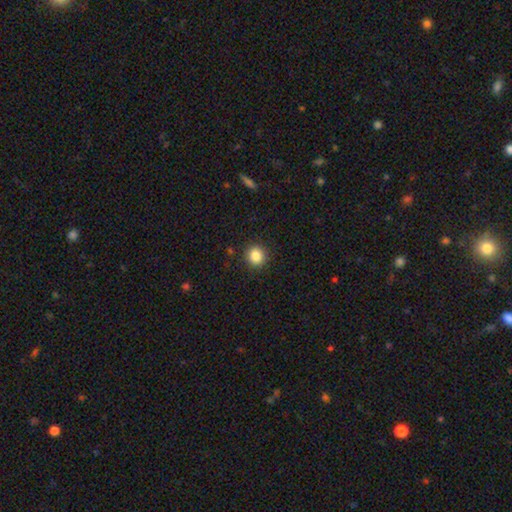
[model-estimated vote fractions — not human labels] smooth 86%, star or artifact 10%, featured or disk 4%. Down the decision tree: how rounded — round (89%); merging — none (90%).